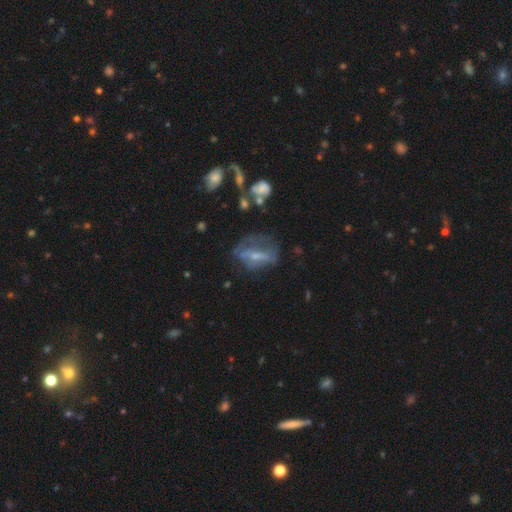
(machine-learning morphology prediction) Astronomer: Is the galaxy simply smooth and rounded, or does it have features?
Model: featured or disk — 55% (runner-up: smooth, 33%).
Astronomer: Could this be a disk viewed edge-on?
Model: no — 87%.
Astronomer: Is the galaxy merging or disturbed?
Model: none — 39% (runner-up: major disturbance, 34%).